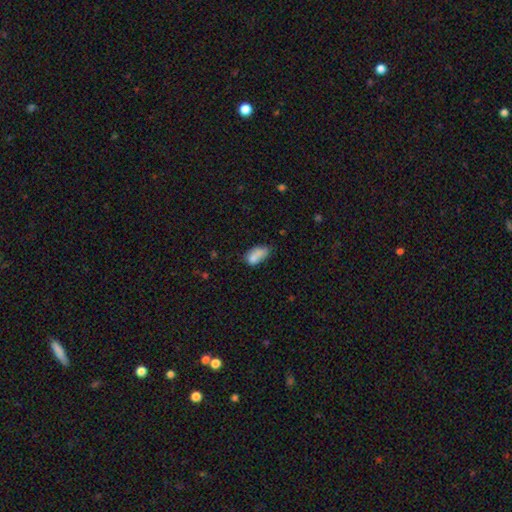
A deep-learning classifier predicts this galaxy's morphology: smooth_or_featured: smooth (p=0.76) [alt: featured or disk p=0.14]
how_rounded: in between (p=0.87) [alt: round p=0.09]
merging: none (p=0.31) [alt: merger p=0.28]